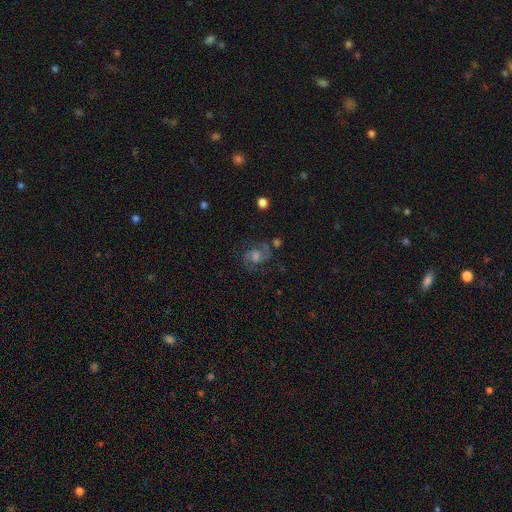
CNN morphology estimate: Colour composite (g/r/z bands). It shows a featured or disk galaxy (72%) with no bar (51%), 2 (83%) medium (54%) spiral arms (94%) and a moderate central bulge (47%). Merging: none (74%).